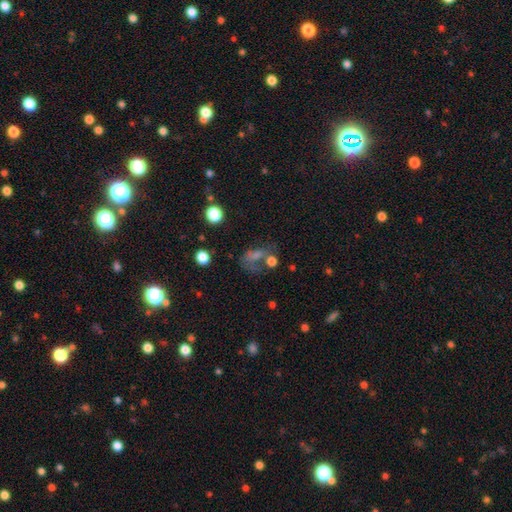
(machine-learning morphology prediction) Smooth or featured? smooth (52%)
How rounded? in between (65%)
Merging? major disturbance (35%)